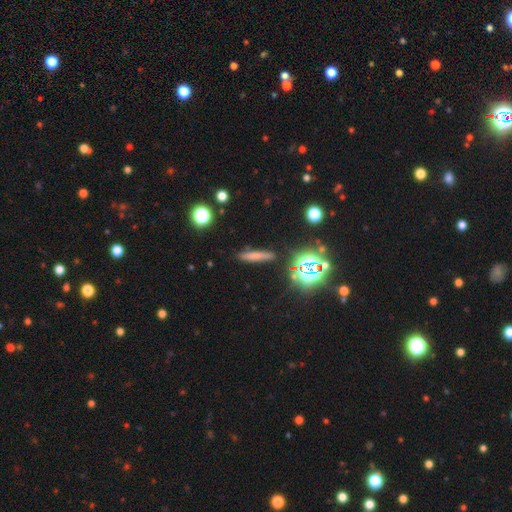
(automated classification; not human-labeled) smooth 64%, star or artifact 19%, featured or disk 17%. Down the decision tree: how rounded — cigar-shaped (86%); merging — none (86%).